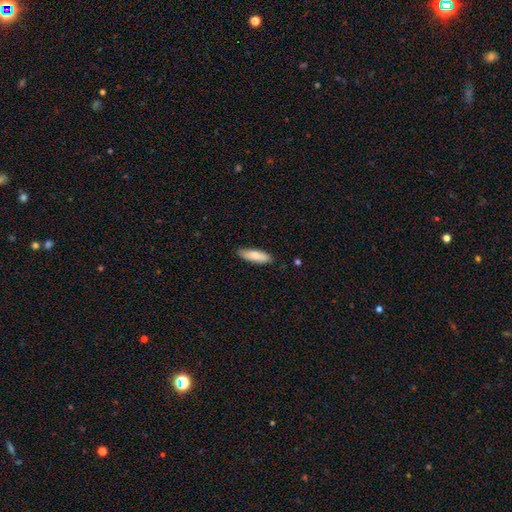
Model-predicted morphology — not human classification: The model was most divided on "how rounded": cigar-shaped: 55%, in between: 44%, round: 1%. More confident: smooth or featured — smooth (86%); merging — none (83%).